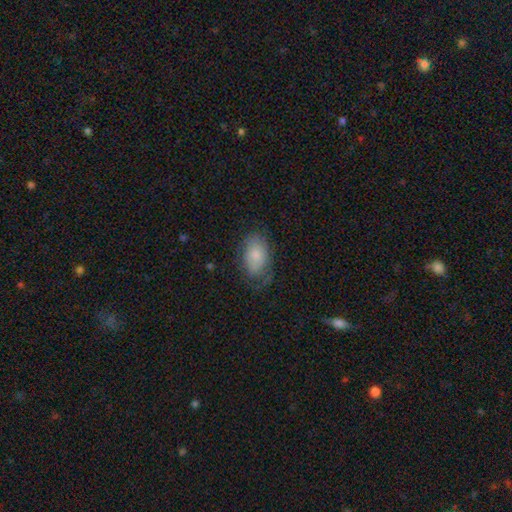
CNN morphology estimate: Smooth or featured? Predicted: smooth (p=0.68). How rounded? Predicted: in between (p=0.91). Merging? Predicted: none (p=0.53).